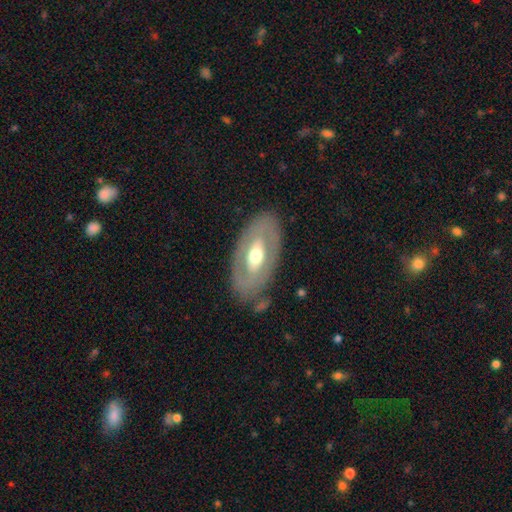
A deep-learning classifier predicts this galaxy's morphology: Smooth or featured?
  - featured or disk: 60% *
  - smooth: 35%
  - star or artifact: 5%
Edge-on disk?
  - no: 87% *
  - yes: 13%
Bar?
  - no: 61% *
  - weak: 23%
  - strong: 16%
Spiral arms?
  - no: 83% *
  - yes: 17%
Bulge size?
  - moderate: 68% *
  - large: 16%
  - small: 13%
  - dominant: 2%
  - none: 1%
Merging?
  - none: 80% *
  - minor disturbance: 12%
  - major disturbance: 5%
  - merger: 2%